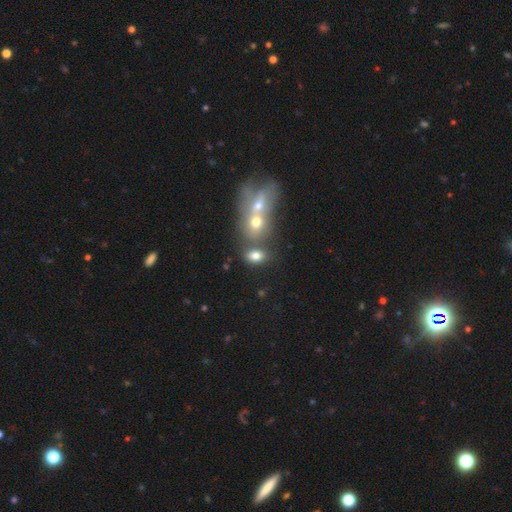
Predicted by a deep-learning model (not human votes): Smooth or featured? Predicted: smooth (p=0.73). How rounded? Predicted: in between (p=0.73). Merging? Predicted: none (p=0.47).